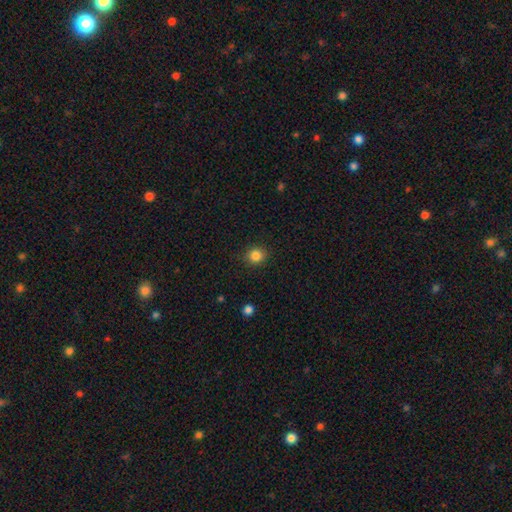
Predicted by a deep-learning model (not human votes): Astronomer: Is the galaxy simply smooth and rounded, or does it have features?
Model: smooth — 85%.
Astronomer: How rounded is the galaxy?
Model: round — 87%.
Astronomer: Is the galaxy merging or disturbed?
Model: none — 90%.